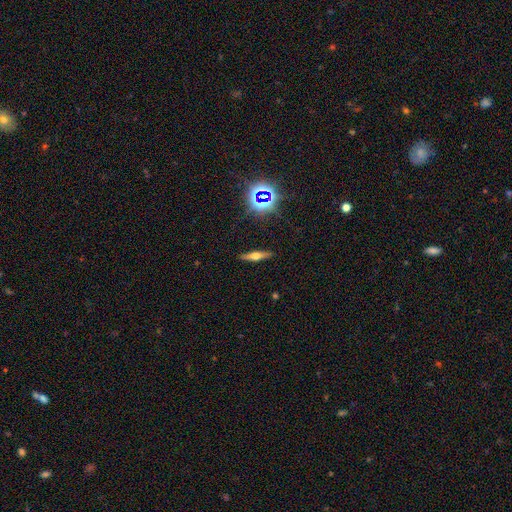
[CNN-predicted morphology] The model was most divided on "smooth or featured": featured or disk: 52%, smooth: 34%, star or artifact: 14%. More confident: edge-on disk — yes (93%); merging — none (89%).